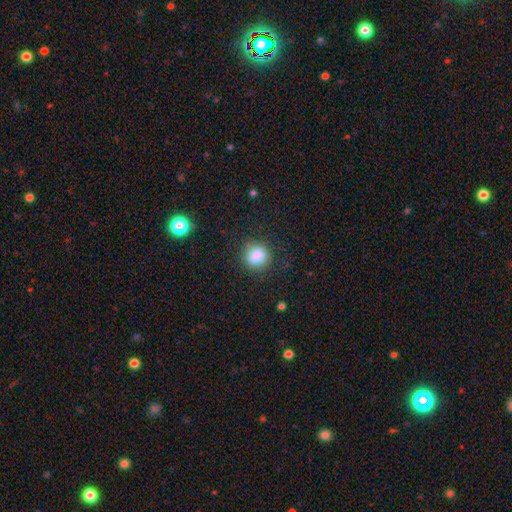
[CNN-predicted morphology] The model was most divided on "how rounded": round: 80%, in between: 19%, cigar-shaped: 1%. More confident: smooth or featured — smooth (85%); merging — none (83%).